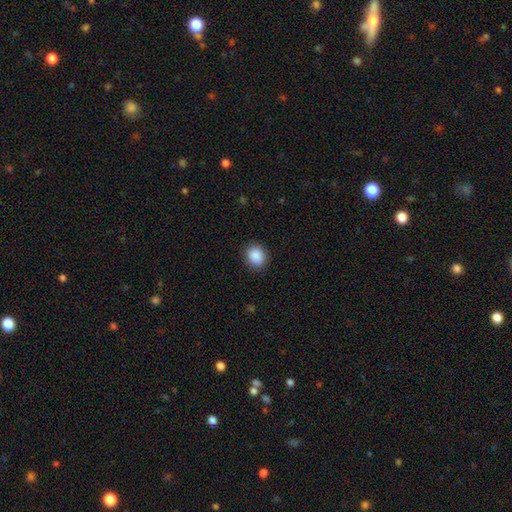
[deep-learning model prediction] A smooth galaxy with no disk features (89%) that is round (65%). Merging: none (89%).